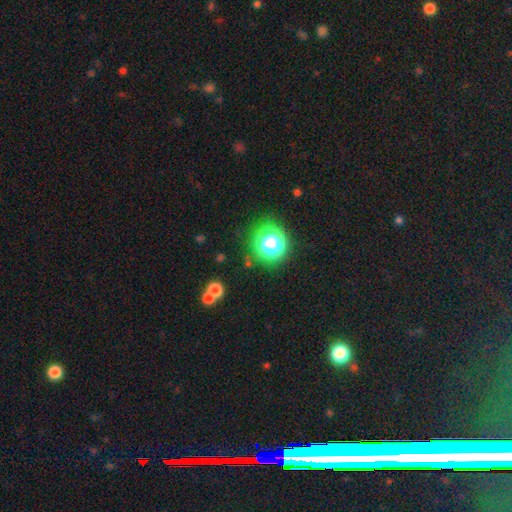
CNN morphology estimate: A star or artifact, not a galaxy (67%).